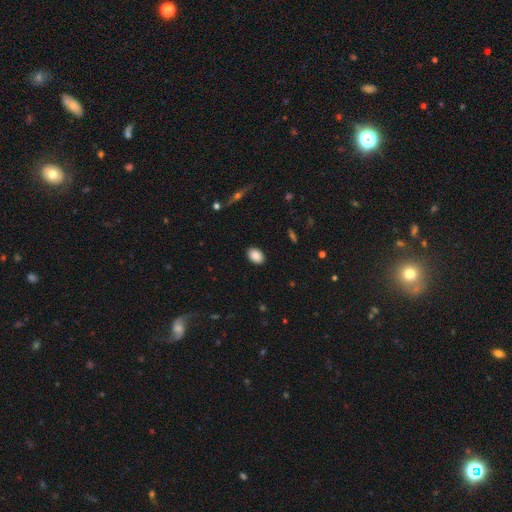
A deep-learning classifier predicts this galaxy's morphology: Q: Smooth or featured?
A: smooth (88%); runner-up: star or artifact (8%)
Q: How rounded?
A: in between (83%); runner-up: round (15%)
Q: Merging?
A: none (89%); runner-up: minor disturbance (8%)